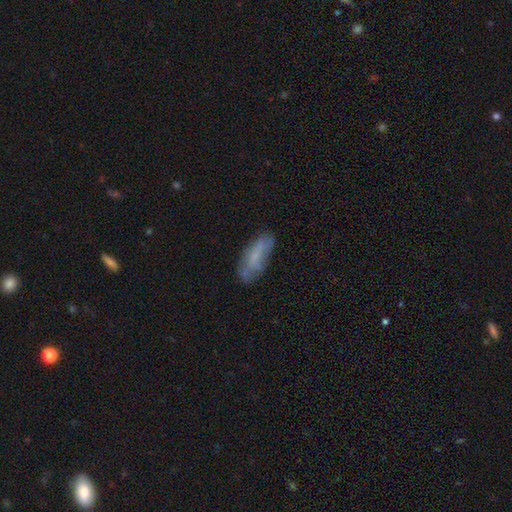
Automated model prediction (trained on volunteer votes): smooth 61%, featured or disk 30%, star or artifact 8%. Down the decision tree: how rounded — in between (62%); merging — none (66%).